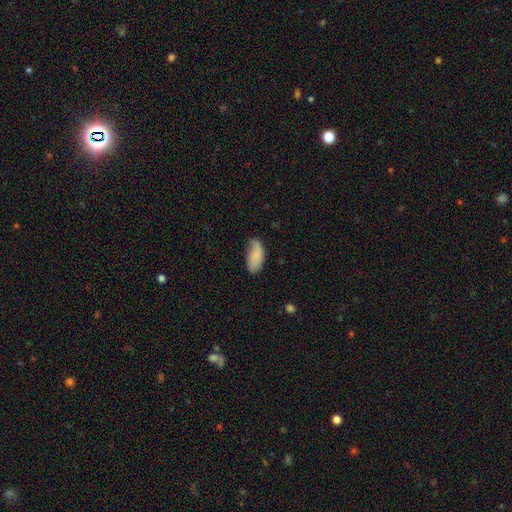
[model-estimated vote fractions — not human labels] A smooth galaxy with no disk features (77%) that is in between round and cigar-shaped (92%).

Vote fractions:
- Smooth or featured? smooth: 77% / featured or disk: 16% / star or artifact: 7%
- How rounded? in between: 92% / cigar-shaped: 6% / round: 2%
- Merging? none: 44% / minor disturbance: 38% / major disturbance: 16% / merger: 3%